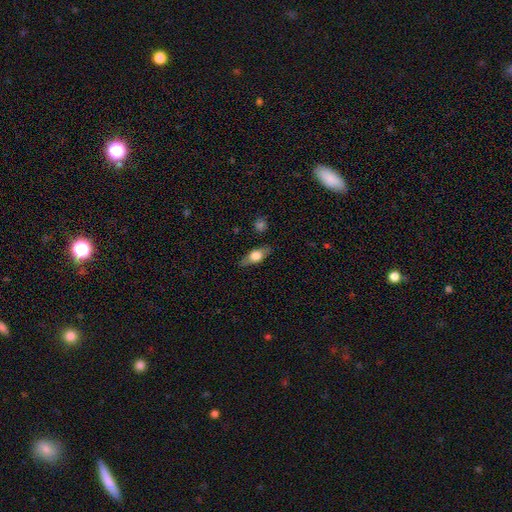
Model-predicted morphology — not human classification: smooth_or_featured: smooth (p=0.57) [alt: featured or disk p=0.36]
how_rounded: in between (p=0.67) [alt: cigar-shaped p=0.27]
merging: none (p=0.82) [alt: minor disturbance p=0.13]